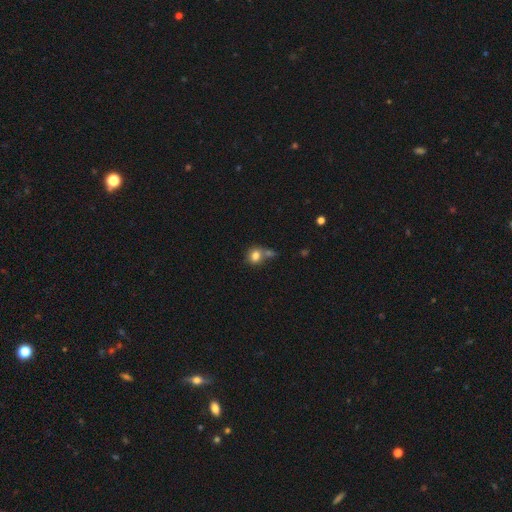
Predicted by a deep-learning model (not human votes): Overall: smooth (81%). How rounded: round (79%). Merging: none (52%; merger 29%).